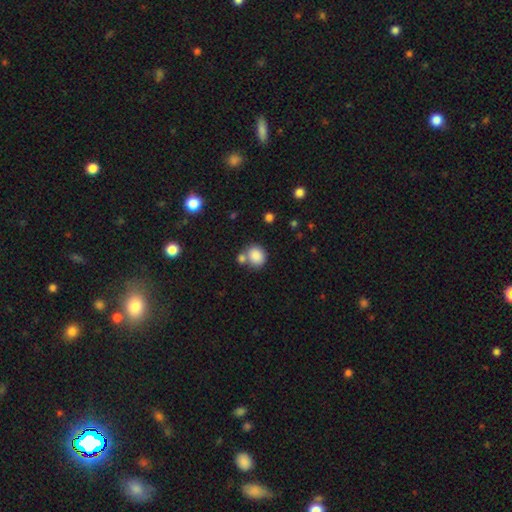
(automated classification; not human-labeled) smooth-or-featured: smooth: 85% | star or artifact: 9% | featured or disk: 6%
  how-rounded: round: 74% | in between: 25% | cigar-shaped: 1%
  merging: none: 57% | merger: 28% | minor disturbance: 11% | major disturbance: 4%